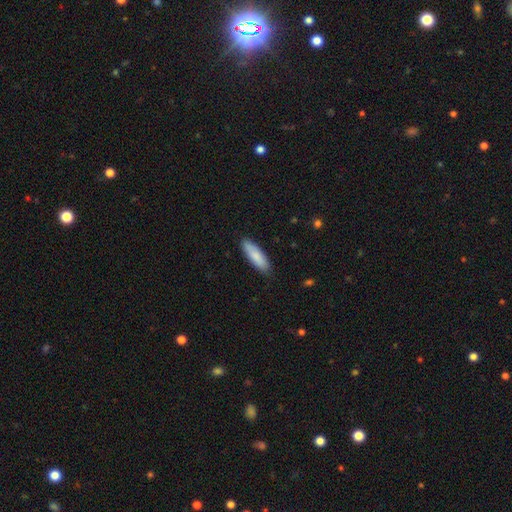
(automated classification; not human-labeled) smooth_or_featured: smooth (p=0.85) [alt: featured or disk p=0.10]
how_rounded: cigar-shaped (p=0.52) [alt: in between p=0.47]
merging: none (p=0.87) [alt: minor disturbance p=0.11]